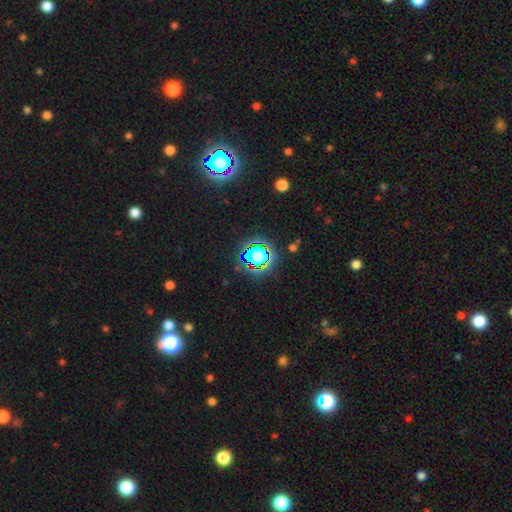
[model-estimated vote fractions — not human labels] Smooth or featured? Predicted: star or artifact (p=0.63).